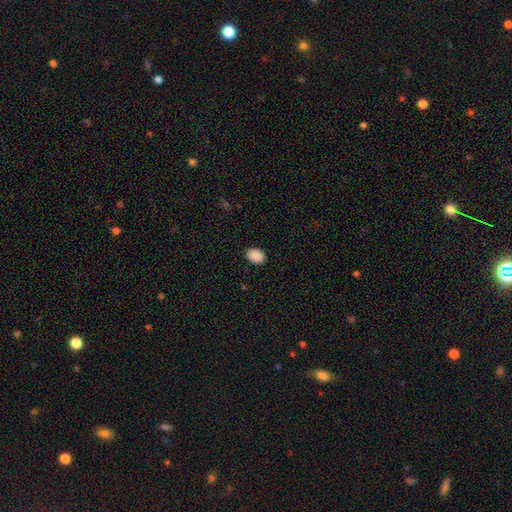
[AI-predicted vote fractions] Smooth or featured? smooth (90%)
How rounded? in between (76%)
Merging? none (90%)